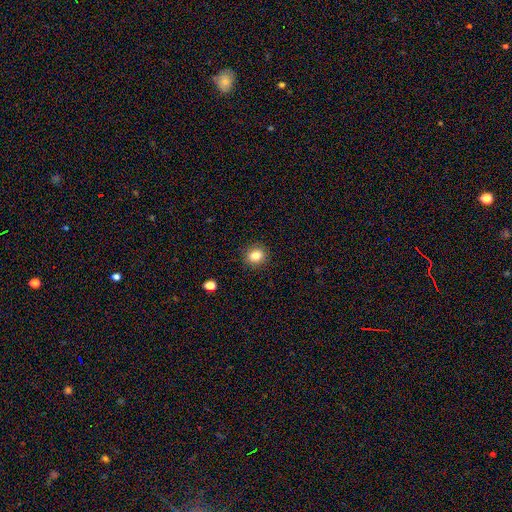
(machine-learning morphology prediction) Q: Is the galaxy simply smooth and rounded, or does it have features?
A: smooth — 83%.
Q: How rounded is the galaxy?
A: round — 75%.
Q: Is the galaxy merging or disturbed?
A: none — 90%.